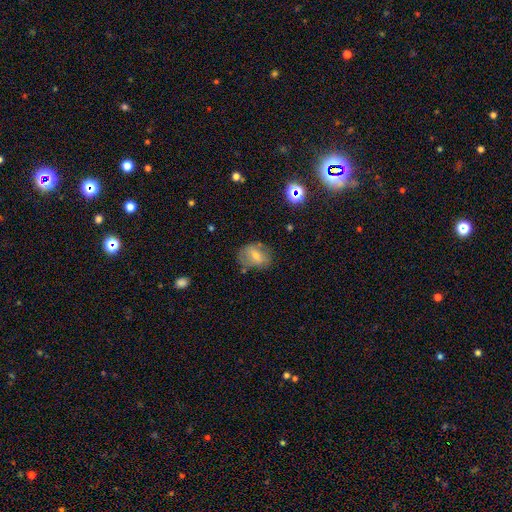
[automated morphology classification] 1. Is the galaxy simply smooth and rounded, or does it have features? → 64% smooth, 26% featured or disk, 11% star or artifact.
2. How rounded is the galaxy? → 63% in between, 35% round, 2% cigar-shaped.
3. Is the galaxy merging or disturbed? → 62% none, 24% minor disturbance, 10% major disturbance, 4% merger.